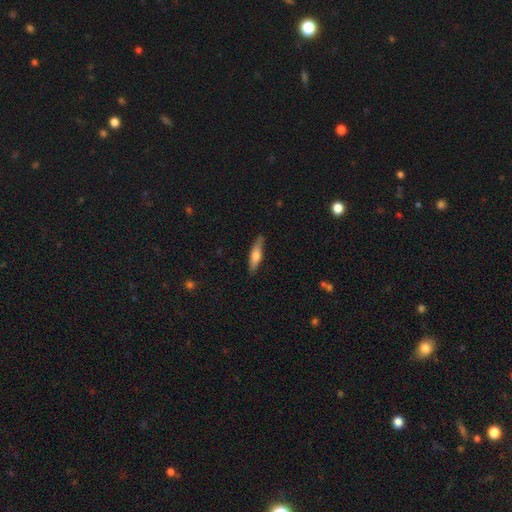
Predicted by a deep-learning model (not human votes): Q: Smooth or featured?
A: smooth (57%); runner-up: featured or disk (37%)
Q: How rounded?
A: cigar-shaped (72%); runner-up: in between (26%)
Q: Merging?
A: none (84%); runner-up: minor disturbance (12%)